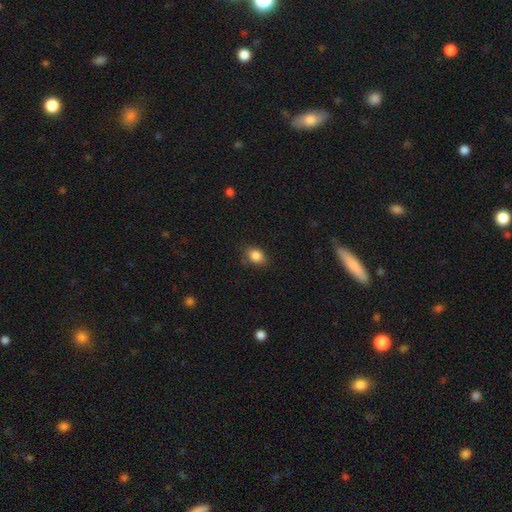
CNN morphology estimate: This is clearly a smooth galaxy (85%). How rounded: likely in between (64%). Merging: likely none (78%).